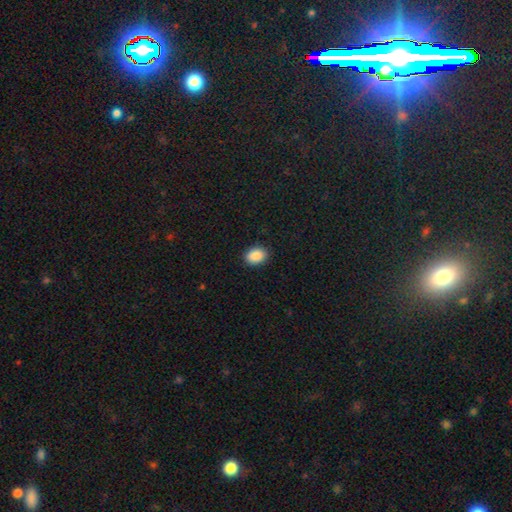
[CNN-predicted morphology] This appears to be a smooth galaxy with no disk features (90%) that is in between round and cigar-shaped (70%). Merging: none (89%).